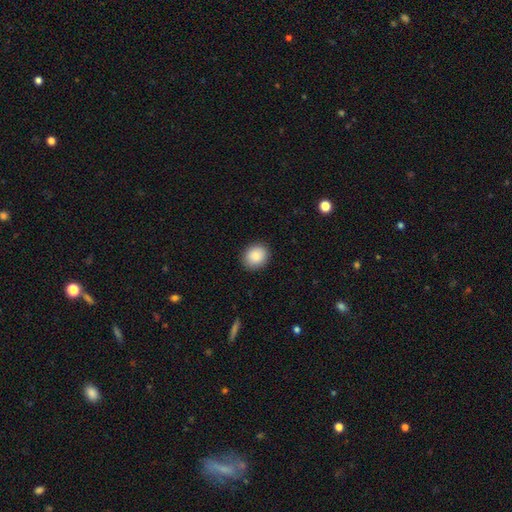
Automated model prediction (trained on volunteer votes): Overall: smooth (89%). How rounded: round (64%; in between 35%). Merging: none (90%).